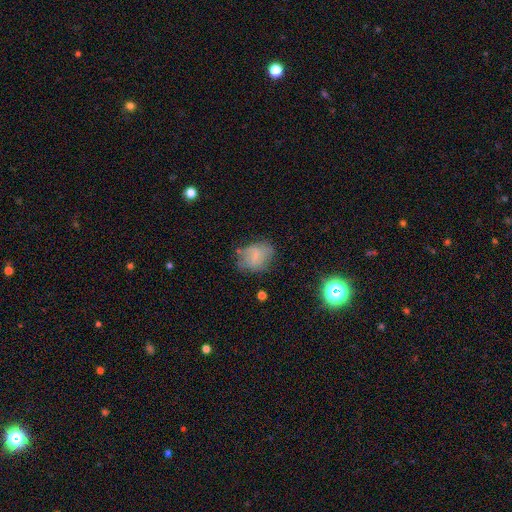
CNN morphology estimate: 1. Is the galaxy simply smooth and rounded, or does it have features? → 59% smooth, 30% featured or disk, 11% star or artifact.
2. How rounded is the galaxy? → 58% in between, 40% round, 1% cigar-shaped.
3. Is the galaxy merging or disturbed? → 57% none, 28% minor disturbance, 13% major disturbance, 3% merger.